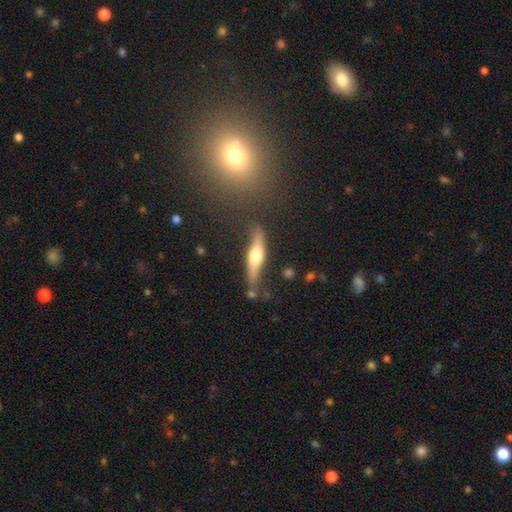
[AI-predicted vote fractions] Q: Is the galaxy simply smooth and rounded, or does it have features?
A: featured or disk — 56%.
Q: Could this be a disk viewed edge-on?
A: yes — 88%.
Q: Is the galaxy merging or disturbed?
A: none — 74%.